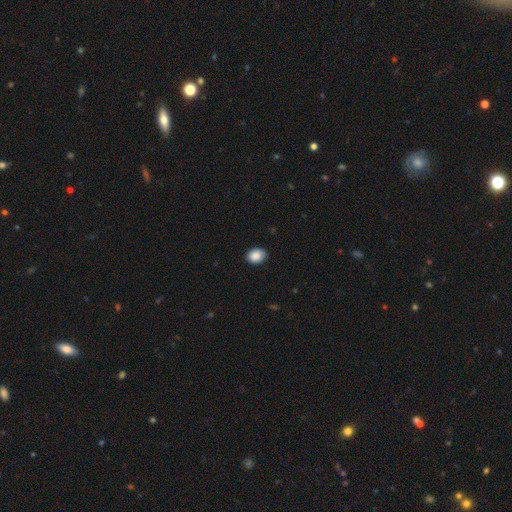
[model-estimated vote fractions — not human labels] A smooth galaxy with no disk features (89%) that is in between round and cigar-shaped (52%). Merging: none (88%).